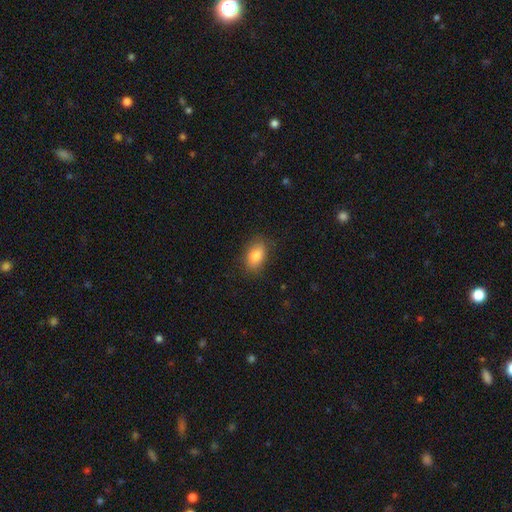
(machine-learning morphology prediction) The model was most divided on "merging": none: 80%, minor disturbance: 15%, major disturbance: 4%, merger: 1%. More confident: how rounded — in between (87%); smooth or featured — smooth (83%).